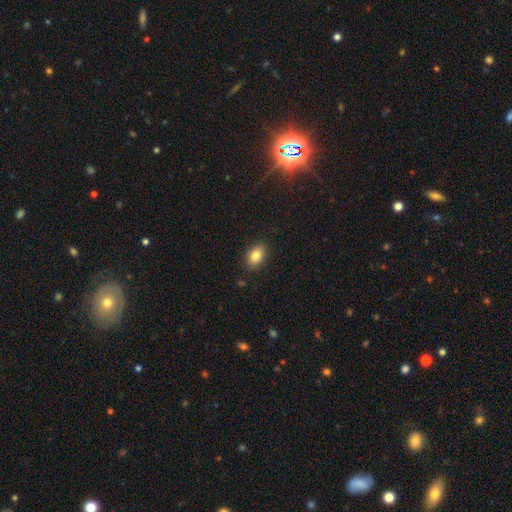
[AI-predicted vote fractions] Smooth or featured?
  - smooth: 84% *
  - star or artifact: 9%
  - featured or disk: 8%
How rounded?
  - in between: 83% *
  - round: 16%
  - cigar-shaped: 2%
Merging?
  - none: 87% *
  - minor disturbance: 9%
  - major disturbance: 2%
  - merger: 1%